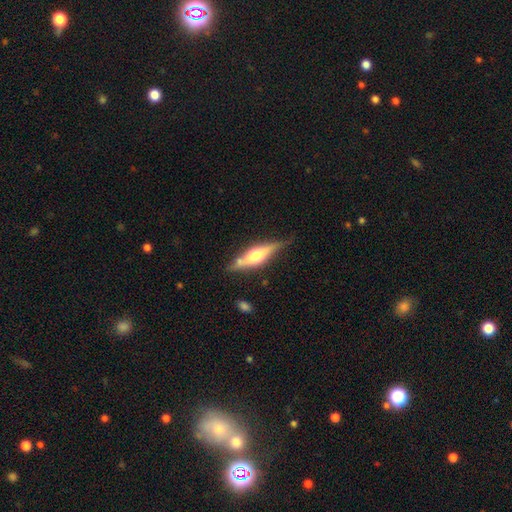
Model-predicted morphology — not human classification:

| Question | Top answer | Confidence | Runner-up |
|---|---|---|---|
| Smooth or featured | featured or disk | 61% | smooth (33%) |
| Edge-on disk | yes | 93% | no (7%) |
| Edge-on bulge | rounded | 87% | boxy (10%) |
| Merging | none | 70% | minor disturbance (20%) |